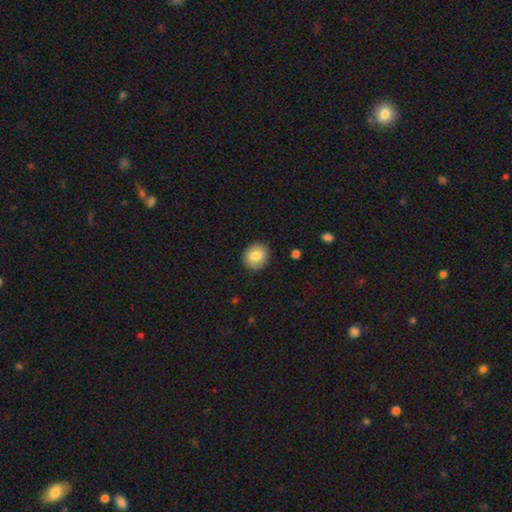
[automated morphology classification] A smooth galaxy with no disk features (83%) that is round (81%).

Vote fractions:
- Smooth or featured? smooth: 83% / featured or disk: 9% / star or artifact: 8%
- How rounded? round: 81% / in between: 18% / cigar-shaped: 1%
- Merging? none: 90% / minor disturbance: 7% / major disturbance: 2% / merger: 1%